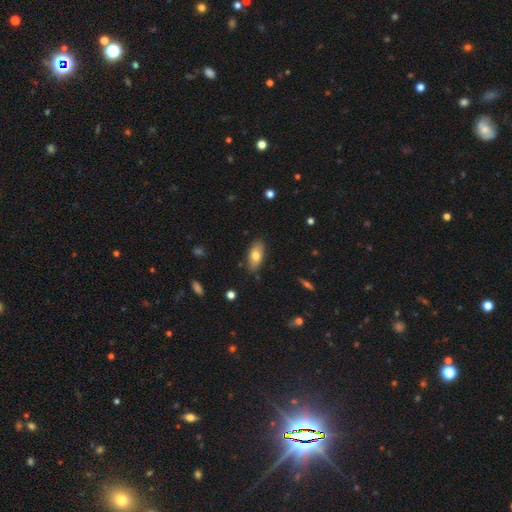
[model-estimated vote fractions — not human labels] Overall: smooth (73%). How rounded: in between (87%). Merging: none (81%).